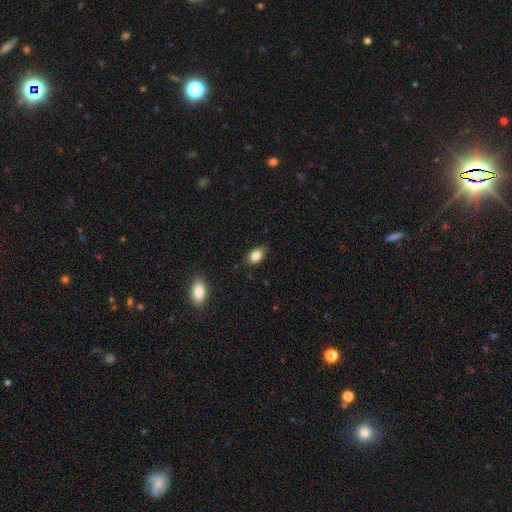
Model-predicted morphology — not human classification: The model was most divided on "merging": none: 82%, minor disturbance: 14%, major disturbance: 3%, merger: 1%. More confident: smooth or featured — smooth (84%); how rounded — in between (83%).